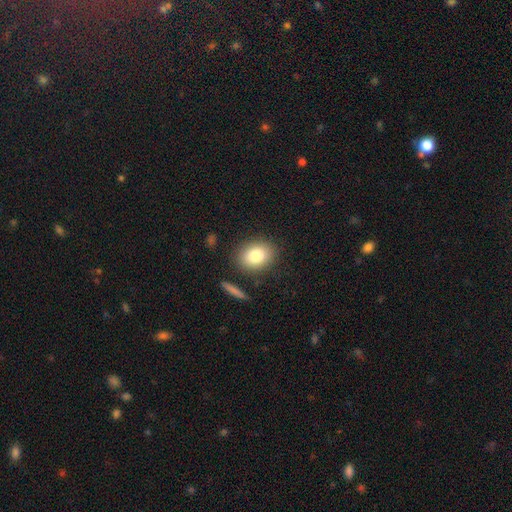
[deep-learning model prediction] Q: Smooth or featured?
A: smooth (81%); runner-up: featured or disk (10%)
Q: How rounded?
A: in between (57%); runner-up: round (42%)
Q: Merging?
A: none (85%); runner-up: minor disturbance (9%)